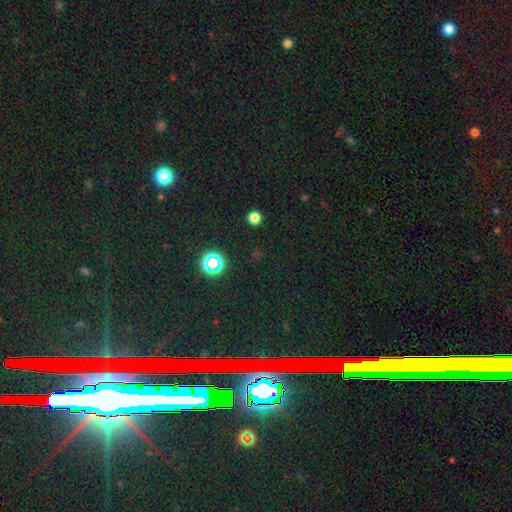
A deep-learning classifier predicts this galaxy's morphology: This is likely a star or artifact rather than a galaxy (76%).